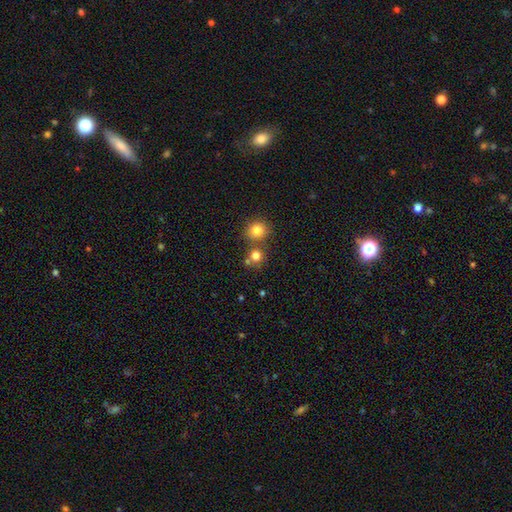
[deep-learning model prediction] smooth-or-featured: smooth: 79% | star or artifact: 14% | featured or disk: 7%
  how-rounded: round: 86% | in between: 13% | cigar-shaped: 1%
  merging: none: 62% | merger: 27% | minor disturbance: 8% | major disturbance: 3%